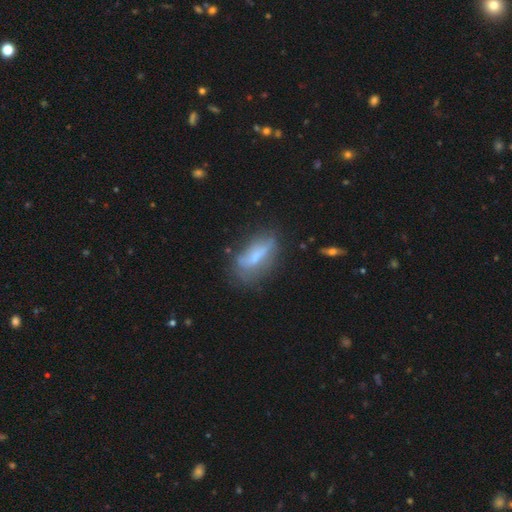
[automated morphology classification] smooth_or_featured: smooth (p=0.50) [alt: featured or disk p=0.40]
how_rounded: in between (p=0.67) [alt: cigar-shaped p=0.30]
merging: none (p=0.52) [alt: minor disturbance p=0.28]